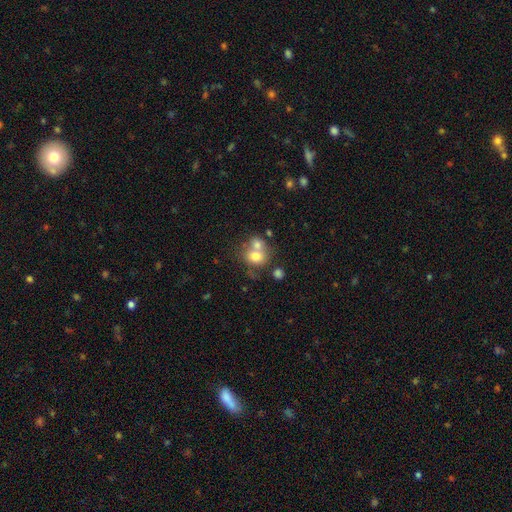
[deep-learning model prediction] Smooth or featured?
  - smooth: 69% *
  - featured or disk: 20%
  - star or artifact: 11%
How rounded?
  - round: 64% *
  - in between: 35%
  - cigar-shaped: 1%
Merging?
  - merger: 56% *
  - none: 31%
  - minor disturbance: 9%
  - major disturbance: 5%